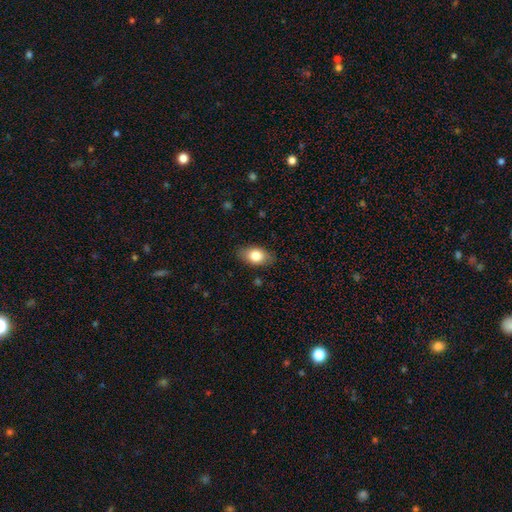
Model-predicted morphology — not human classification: This is likely a smooth galaxy (79%). How rounded: clearly in between (89%). Merging: clearly none (84%).